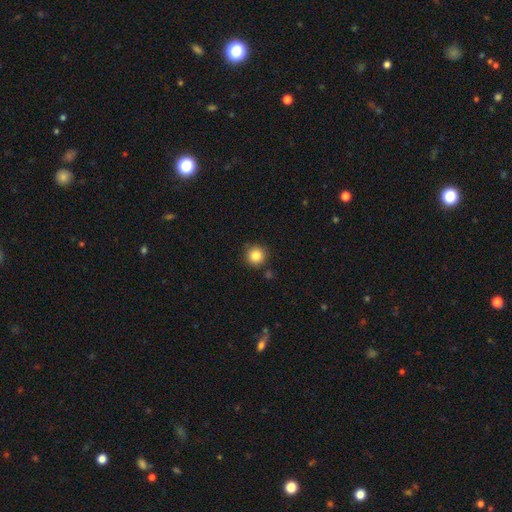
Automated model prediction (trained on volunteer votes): smooth_or_featured: smooth (p=0.85) [alt: star or artifact p=0.10]
how_rounded: round (p=0.95) [alt: in between p=0.04]
merging: none (p=0.86) [alt: minor disturbance p=0.08]